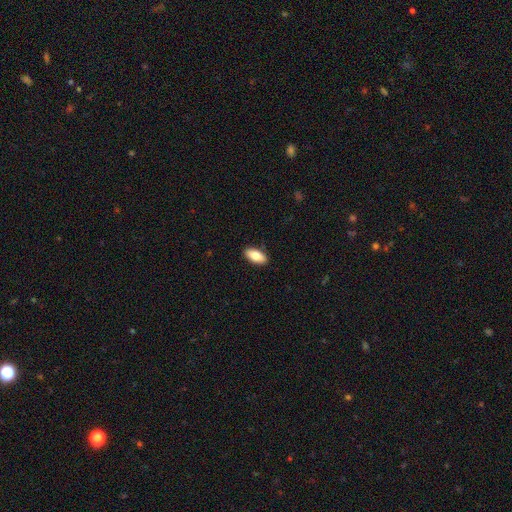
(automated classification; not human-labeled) A smooth galaxy with no disk features (82%) that is in between round and cigar-shaped (89%). Merging: none (89%).